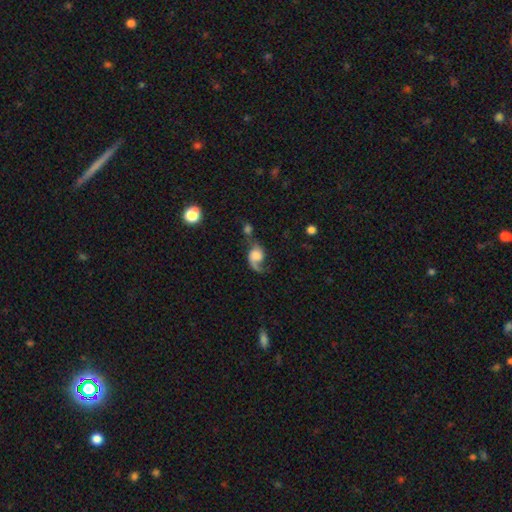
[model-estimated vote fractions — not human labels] A featured or disk galaxy (57%) with no bar (72%), spiral arms (88%) and a large central bulge (30%).

Vote fractions:
- Smooth or featured? featured or disk: 57% / smooth: 33% / star or artifact: 10%
- Edge-on disk? no: 97% / yes: 3%
- Bar? no: 72% / weak: 23% / strong: 5%
- Spiral arms? yes: 88% / no: 12%
- Bulge size? large: 30% / none: 26% / moderate: 16% / small: 14% / dominant: 13%
- Merging? major disturbance: 31% / none: 30% / merger: 20% / minor disturbance: 19%